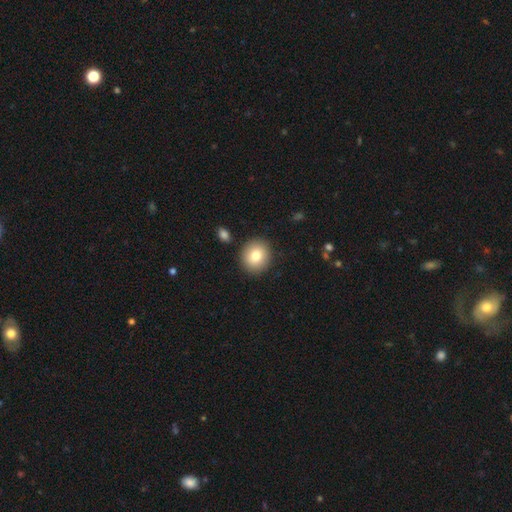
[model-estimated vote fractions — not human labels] smooth 78%, featured or disk 12%, star or artifact 10%. Down the decision tree: how rounded — round (84%); merging — none (88%).